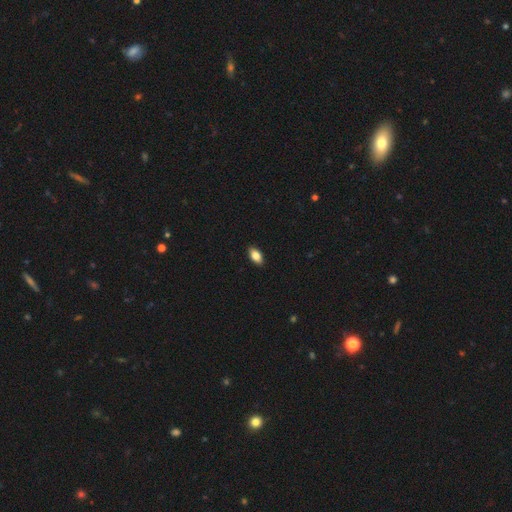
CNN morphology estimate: This appears to be a smooth galaxy with no disk features (85%) that is in between round and cigar-shaped (92%). Merging: none (90%).